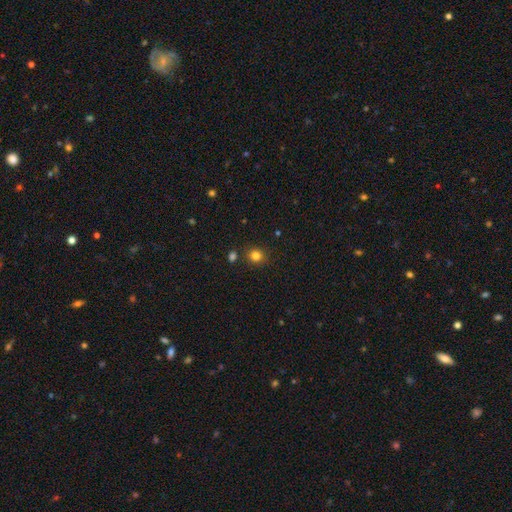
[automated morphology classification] A smooth galaxy with no disk features (81%) that is round (84%). Merging: none (85%).